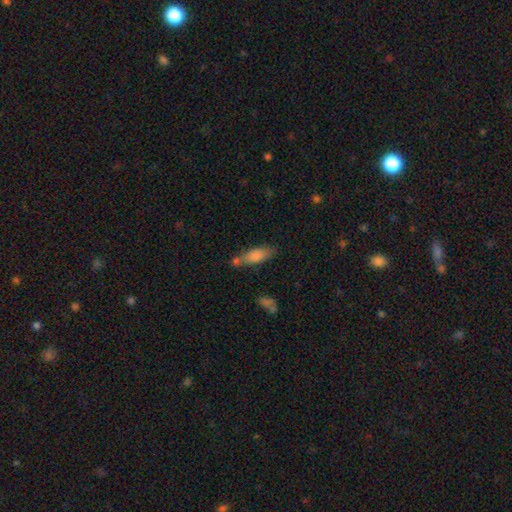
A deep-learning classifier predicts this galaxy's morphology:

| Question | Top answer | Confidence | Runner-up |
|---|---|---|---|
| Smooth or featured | smooth | 80% | featured or disk (12%) |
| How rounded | in between | 65% | cigar-shaped (33%) |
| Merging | none | 56% | minor disturbance (19%) |